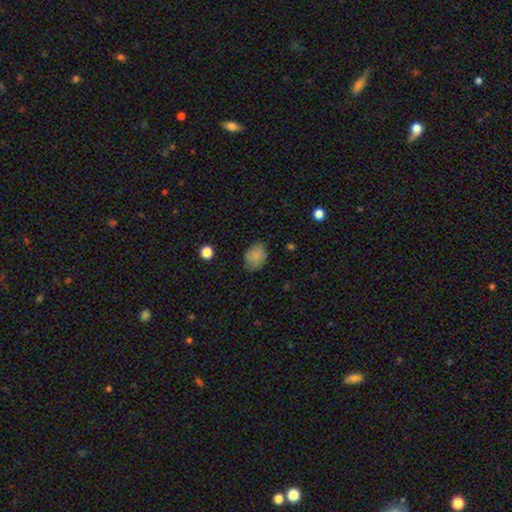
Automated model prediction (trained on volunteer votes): Smooth or featured? Predicted: smooth (p=0.85). How rounded? Predicted: in between (p=0.66). Merging? Predicted: none (p=0.79).